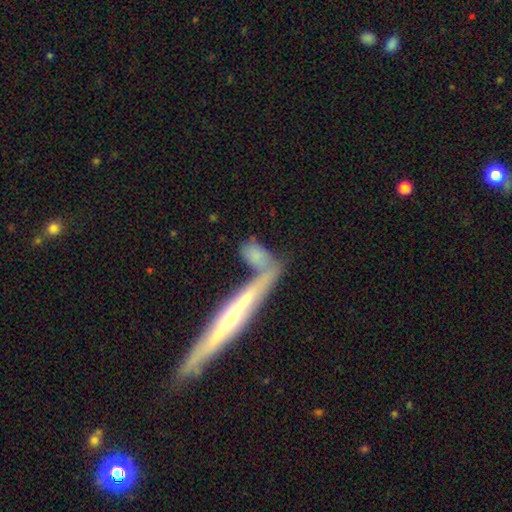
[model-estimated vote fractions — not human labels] This is likely a smooth galaxy (66%). How rounded: likely in between (62%). Merging: marginally merger (43%).